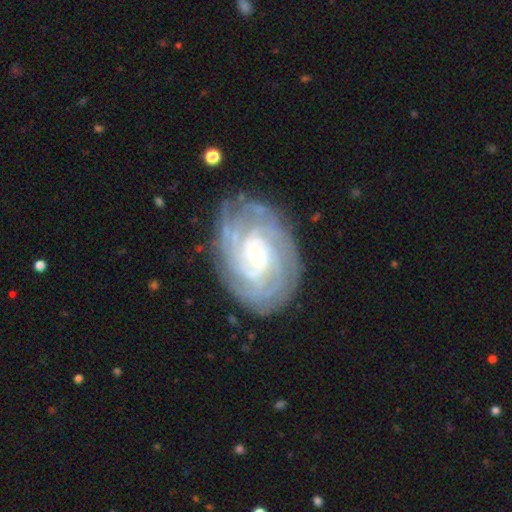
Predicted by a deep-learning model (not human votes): A featured or disk galaxy (87%) with no bar (73%), tight (79%) spiral arms (97%) and a small central bulge (75%).

Vote fractions:
- Smooth or featured? featured or disk: 87% / smooth: 7% / star or artifact: 6%
- Edge-on disk? no: 97% / yes: 3%
- Bar? no: 73% / weak: 21% / strong: 6%
- Spiral arms? yes: 97% / no: 3%
- Spiral winding? tight: 79% / medium: 17% / loose: 3%
- Spiral arm count? can't tell: 32% / 4: 20% / 3: 14% / more than 4: 13% / 2: 13% / 1: 6%
- Bulge size? small: 75% / moderate: 21% / large: 2% / none: 1% / dominant: 1%
- Merging? none: 79% / minor disturbance: 15% / major disturbance: 5% / merger: 1%